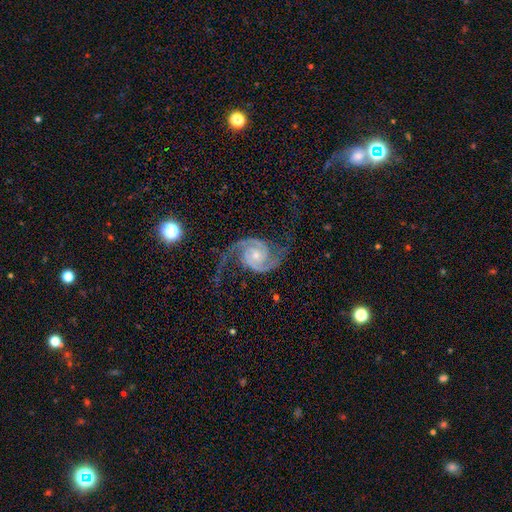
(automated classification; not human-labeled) A featured or disk galaxy (93%) with no bar (64%), 2 (93%) medium (52%) spiral arms (99%) and a small central bulge (55%). Merging: none (68%).